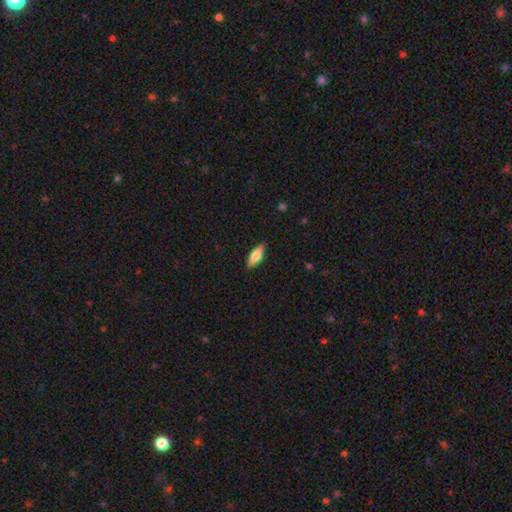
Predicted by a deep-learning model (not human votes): Overall: smooth (73%). How rounded: in between (68%; cigar-shaped 29%). Merging: none (87%).